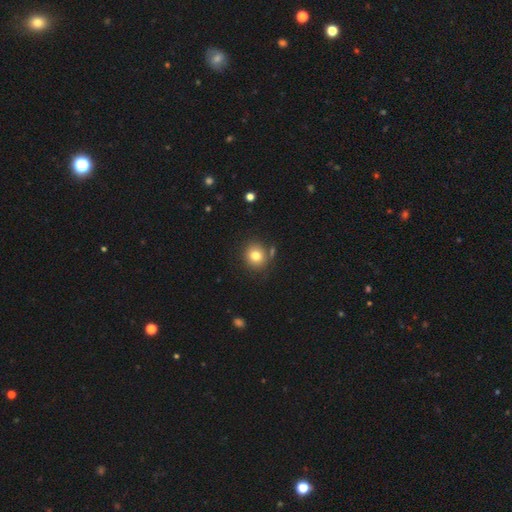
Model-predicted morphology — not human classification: This appears to be a smooth galaxy with no disk features (79%) that is round (83%). Merging: none (80%).